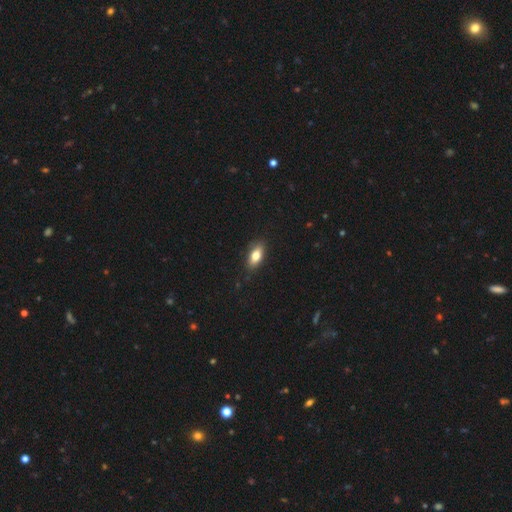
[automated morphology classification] smooth 78%, featured or disk 15%, star or artifact 7%. Down the decision tree: how rounded — in between (85%); merging — none (85%).